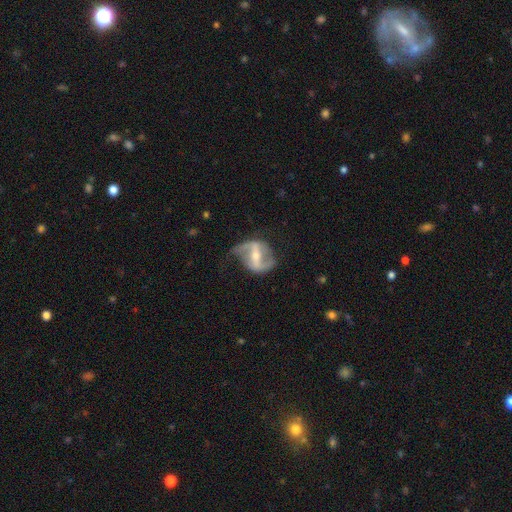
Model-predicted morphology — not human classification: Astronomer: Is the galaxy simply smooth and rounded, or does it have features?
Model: featured or disk — 83%.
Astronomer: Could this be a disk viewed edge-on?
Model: no — 95%.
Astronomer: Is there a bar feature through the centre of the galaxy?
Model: strong — 64%.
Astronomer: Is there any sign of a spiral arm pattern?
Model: yes — 86%.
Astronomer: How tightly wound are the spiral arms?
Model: loose — 57% (runner-up: medium, 33%).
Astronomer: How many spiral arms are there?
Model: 2 — 87%.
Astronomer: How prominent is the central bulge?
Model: moderate — 48% (runner-up: small, 46%).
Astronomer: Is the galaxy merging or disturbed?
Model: none — 60%.